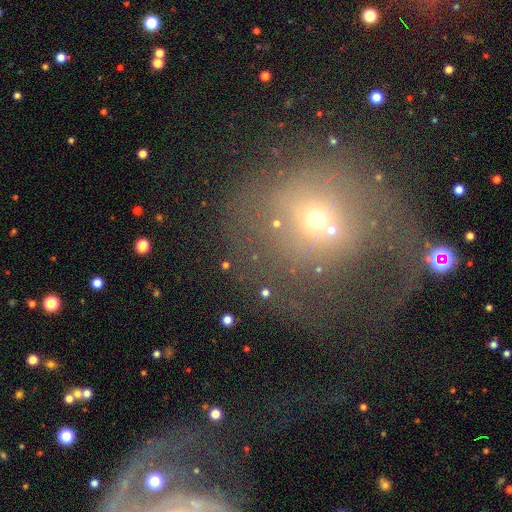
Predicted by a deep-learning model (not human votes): This appears to be a smooth galaxy with no disk features (42%). Merging: major disturbance (37%).